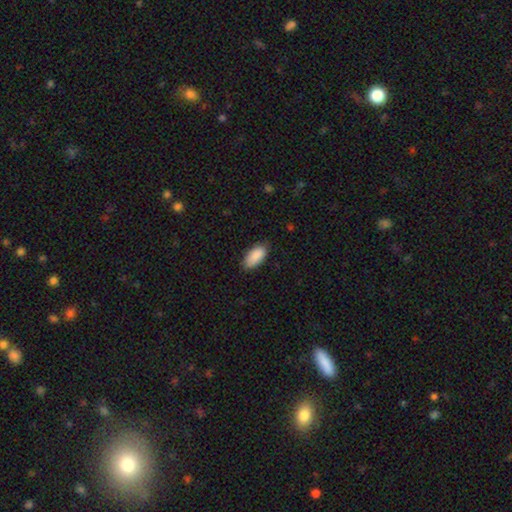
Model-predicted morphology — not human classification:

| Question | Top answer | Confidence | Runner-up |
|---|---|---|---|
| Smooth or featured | smooth | 89% | star or artifact (6%) |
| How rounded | in between | 91% | cigar-shaped (7%) |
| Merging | none | 82% | minor disturbance (15%) |